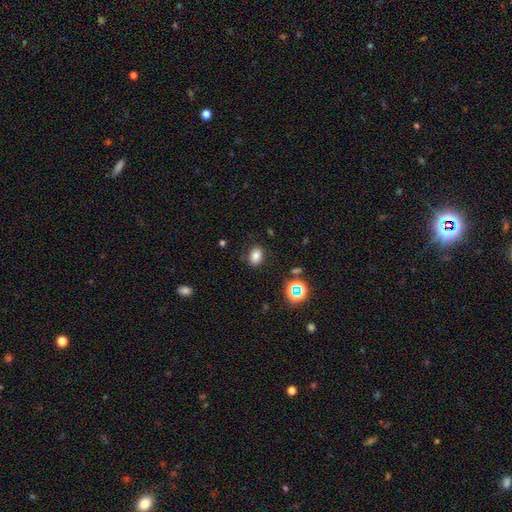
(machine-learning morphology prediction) This appears to be a smooth galaxy with no disk features (77%) that is in between round and cigar-shaped (71%). Merging: none (83%).